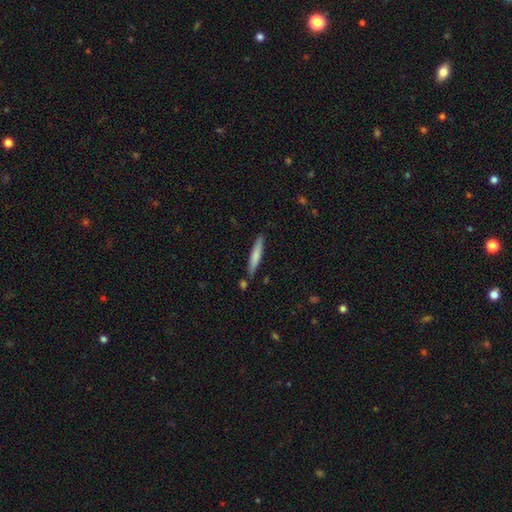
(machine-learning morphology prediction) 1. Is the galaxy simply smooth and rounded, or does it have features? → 71% smooth, 23% featured or disk, 5% star or artifact.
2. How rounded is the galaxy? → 93% cigar-shaped, 5% in between, 1% round.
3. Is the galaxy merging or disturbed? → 83% none, 11% minor disturbance, 4% merger, 2% major disturbance.